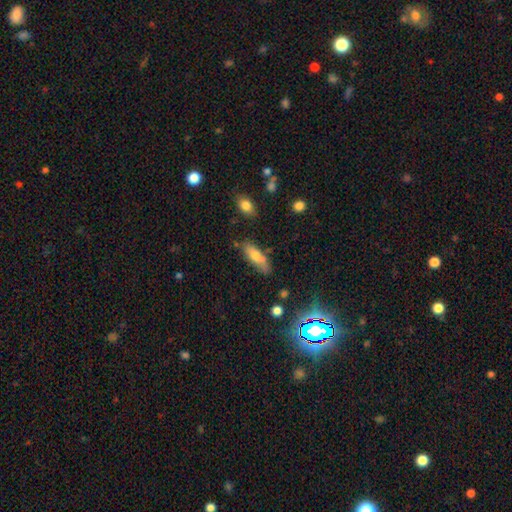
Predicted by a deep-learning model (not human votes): smooth-or-featured: smooth: 68% | featured or disk: 22% | star or artifact: 10%
  how-rounded: in between: 57% | cigar-shaped: 41% | round: 3%
  merging: none: 65% | minor disturbance: 21% | merger: 9% | major disturbance: 5%